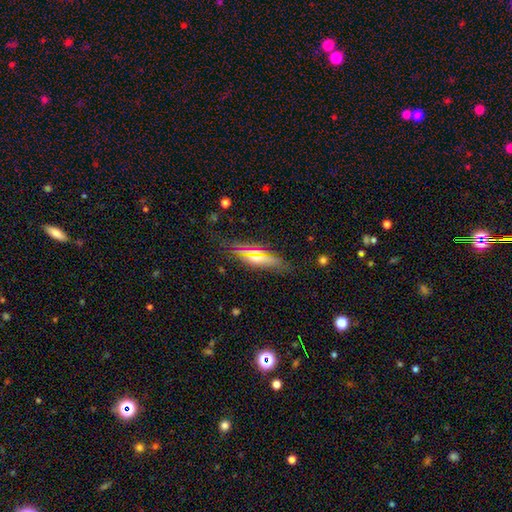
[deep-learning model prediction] Smooth or featured: smooth — 56% (featured or disk — 24%)
How rounded: in between — 65% (cigar-shaped — 27%)
Merging: none — 76% (minor disturbance — 16%)